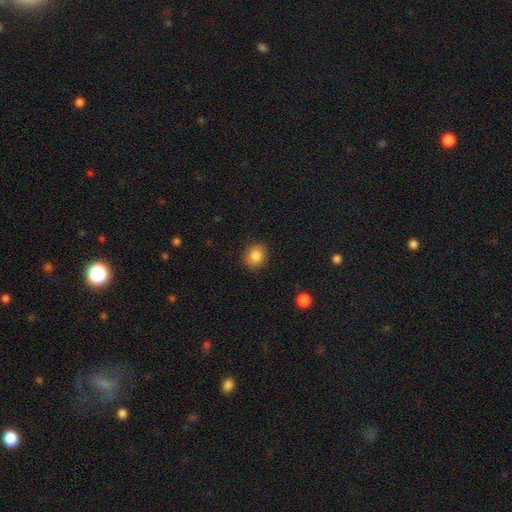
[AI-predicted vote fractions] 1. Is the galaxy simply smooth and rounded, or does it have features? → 85% smooth, 9% star or artifact, 6% featured or disk.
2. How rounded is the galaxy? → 70% round, 29% in between, 1% cigar-shaped.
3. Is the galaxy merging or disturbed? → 85% none, 11% minor disturbance, 3% major disturbance, 1% merger.